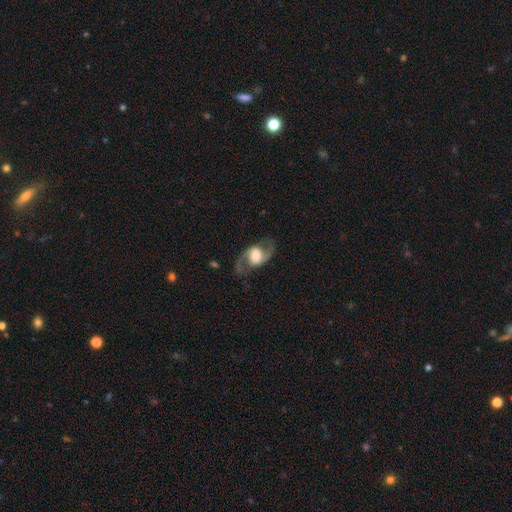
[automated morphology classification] Smooth or featured?
  - featured or disk: 84% *
  - smooth: 11%
  - star or artifact: 5%
Edge-on disk?
  - no: 96% *
  - yes: 4%
Bar?
  - no: 43% *
  - weak: 39%
  - strong: 18%
Spiral arms?
  - yes: 92% *
  - no: 8%
Spiral winding?
  - medium: 52% *
  - loose: 36%
  - tight: 11%
Spiral arm count?
  - 2: 93% *
  - can't tell: 2%
  - 1: 2%
  - 3: 1%
  - 4: 1%
  - more than 4: 1%
Bulge size?
  - moderate: 43% *
  - large: 38%
  - small: 11%
  - dominant: 5%
  - none: 3%
Merging?
  - none: 79% *
  - minor disturbance: 12%
  - major disturbance: 8%
  - merger: 1%